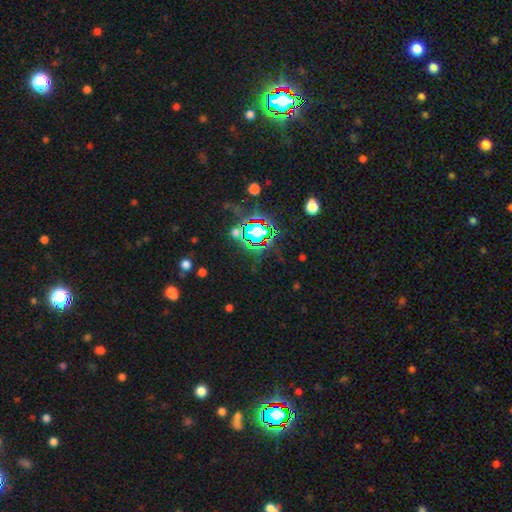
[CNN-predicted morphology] type=star or artifact (78%).